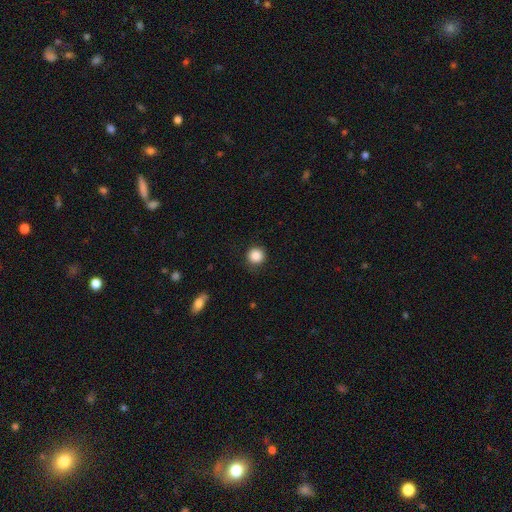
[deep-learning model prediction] Morphology: type=smooth (87%); roundness=round (95%); merging=none (88%).